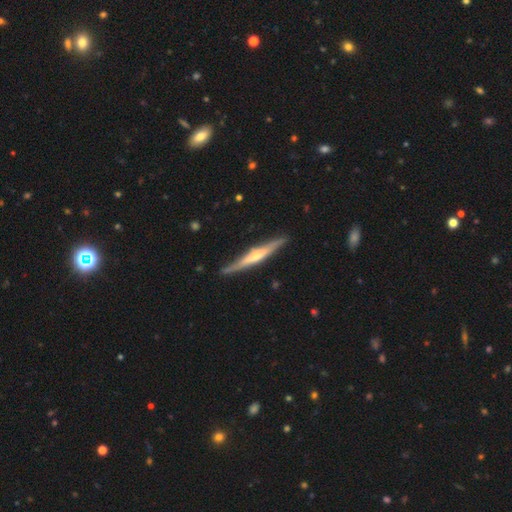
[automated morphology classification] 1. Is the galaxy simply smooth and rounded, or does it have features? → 71% featured or disk, 25% smooth, 5% star or artifact.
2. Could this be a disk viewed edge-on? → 97% yes, 3% no.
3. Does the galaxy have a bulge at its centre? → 78% rounded, 14% none, 8% boxy.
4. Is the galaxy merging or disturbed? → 88% none, 9% minor disturbance, 2% major disturbance, 1% merger.